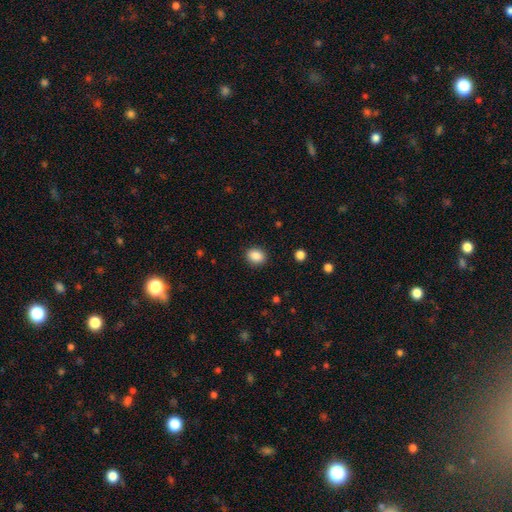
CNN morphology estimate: Smooth or featured: smooth — 88% (star or artifact — 9%)
How rounded: in between — 51% (round — 48%)
Merging: none — 89% (minor disturbance — 7%)